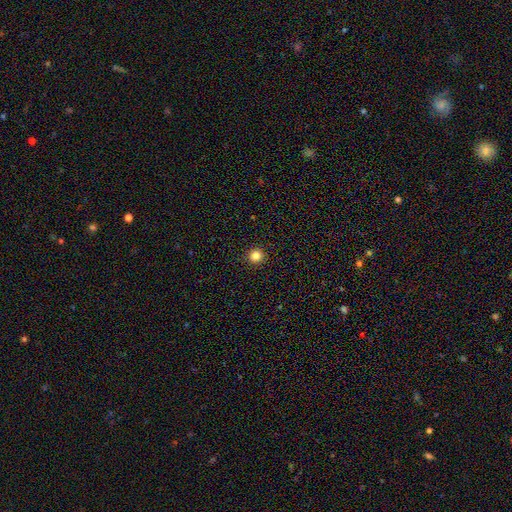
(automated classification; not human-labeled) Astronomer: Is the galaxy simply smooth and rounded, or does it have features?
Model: smooth — 83%.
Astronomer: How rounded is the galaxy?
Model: round — 94%.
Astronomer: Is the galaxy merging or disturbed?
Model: none — 93%.